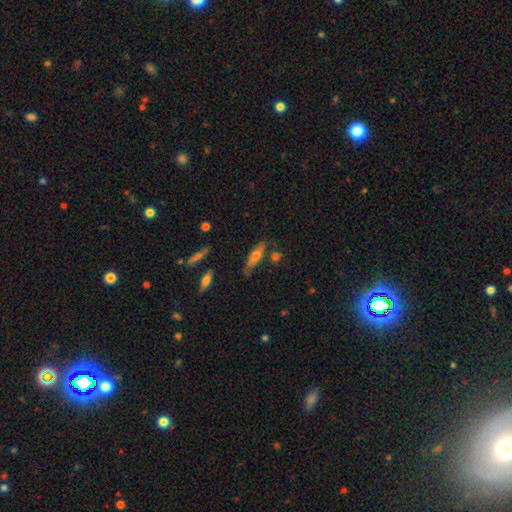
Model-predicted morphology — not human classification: smooth_or_featured: smooth (p=0.60) [alt: featured or disk p=0.31]
how_rounded: cigar-shaped (p=0.66) [alt: in between p=0.31]
merging: none (p=0.68) [alt: minor disturbance p=0.20]